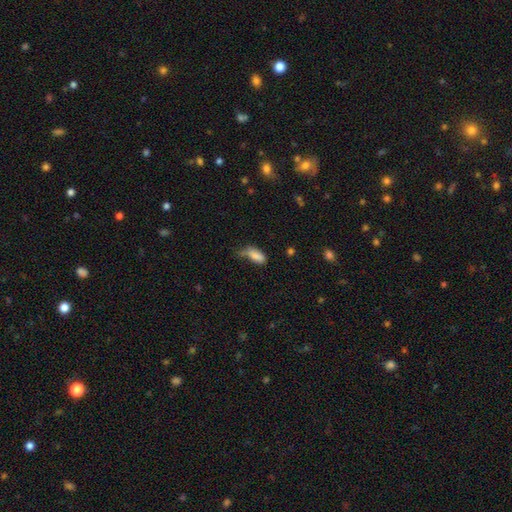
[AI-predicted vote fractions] A smooth galaxy with no disk features (84%) that is in between round and cigar-shaped (83%). Merging: minor disturbance (40%).